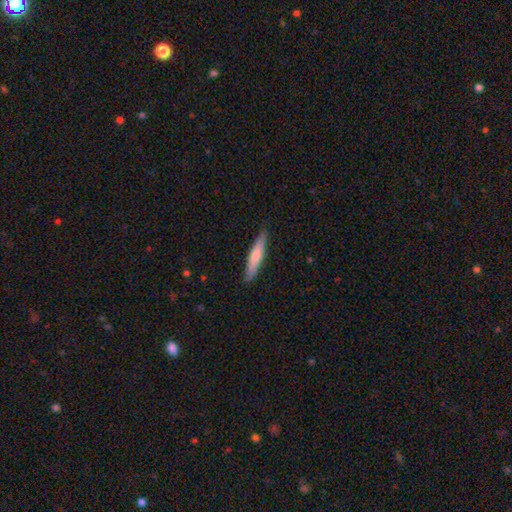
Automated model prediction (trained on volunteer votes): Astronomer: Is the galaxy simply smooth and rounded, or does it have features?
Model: smooth — 62%.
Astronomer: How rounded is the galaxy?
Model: cigar-shaped — 89%.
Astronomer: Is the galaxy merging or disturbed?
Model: none — 88%.